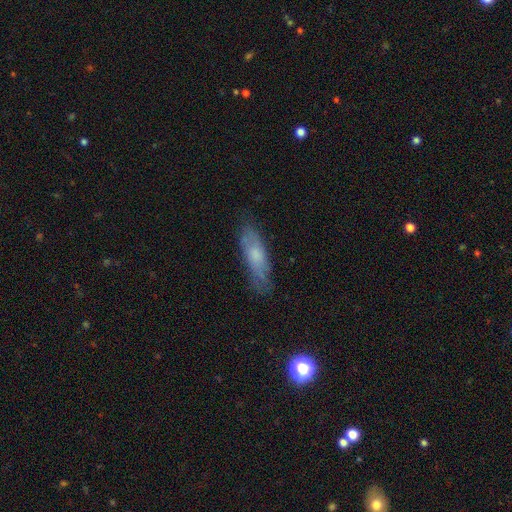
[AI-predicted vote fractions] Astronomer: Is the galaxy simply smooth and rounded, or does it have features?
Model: smooth — 60%.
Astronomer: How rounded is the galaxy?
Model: cigar-shaped — 52% (runner-up: in between, 46%).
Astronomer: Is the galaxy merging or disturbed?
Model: none — 69%.